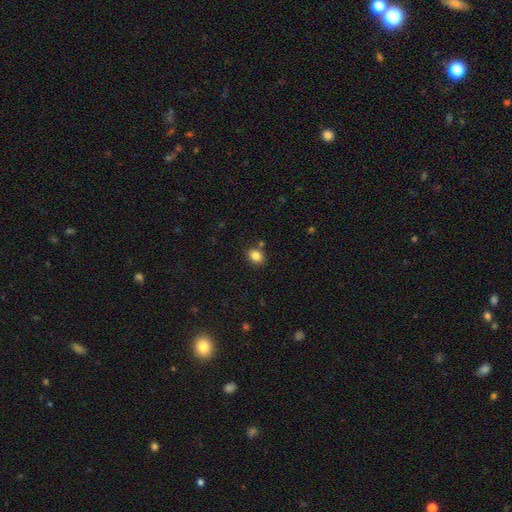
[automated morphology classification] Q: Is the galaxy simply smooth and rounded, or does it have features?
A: smooth — 84%.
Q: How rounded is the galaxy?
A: in between — 50%.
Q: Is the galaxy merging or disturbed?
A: none — 78%.